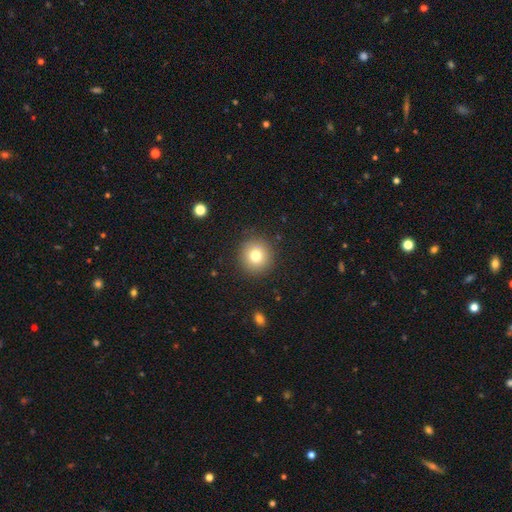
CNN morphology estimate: The model was most divided on "smooth or featured": smooth: 78%, star or artifact: 12%, featured or disk: 11%. More confident: how rounded — round (93%); merging — none (89%).